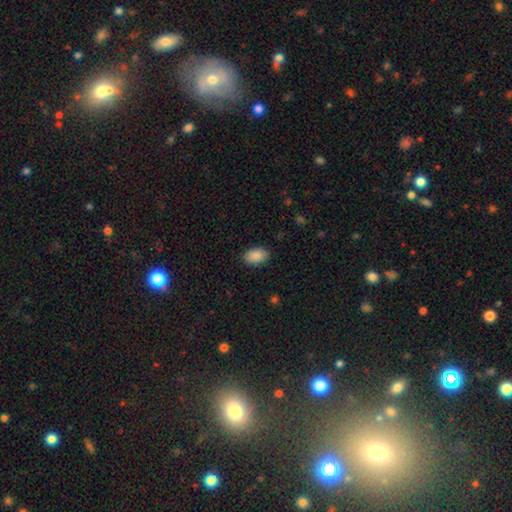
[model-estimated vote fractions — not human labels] smooth_or_featured: smooth (p=0.90) [alt: star or artifact p=0.07]
how_rounded: in between (p=0.92) [alt: round p=0.07]
merging: none (p=0.88) [alt: minor disturbance p=0.09]